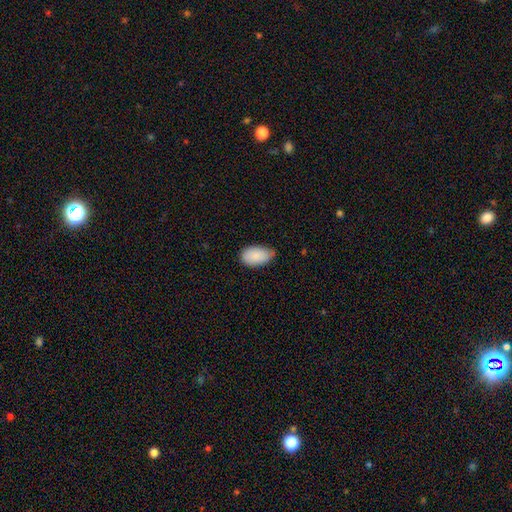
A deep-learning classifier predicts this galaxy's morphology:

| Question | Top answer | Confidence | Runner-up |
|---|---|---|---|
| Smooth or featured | smooth | 89% | star or artifact (6%) |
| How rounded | in between | 94% | round (5%) |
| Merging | none | 63% | minor disturbance (32%) |